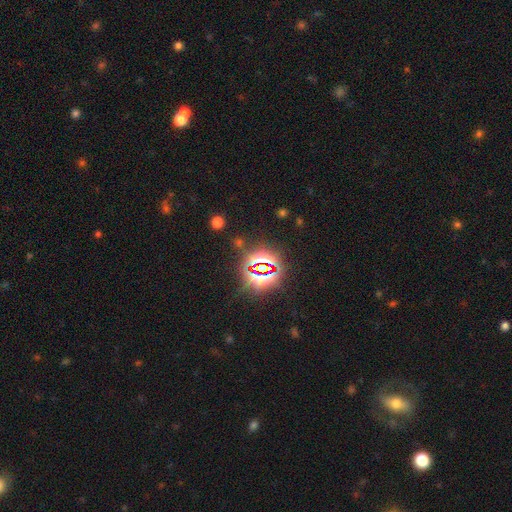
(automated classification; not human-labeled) This is clearly a star or artifact rather than a galaxy (81%).